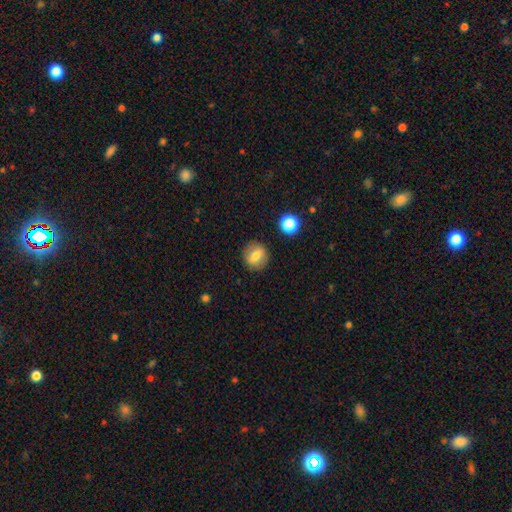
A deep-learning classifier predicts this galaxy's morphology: smooth_or_featured: smooth (p=0.67) [alt: featured or disk p=0.23]
how_rounded: round (p=0.78) [alt: in between p=0.20]
merging: none (p=0.88) [alt: minor disturbance p=0.08]